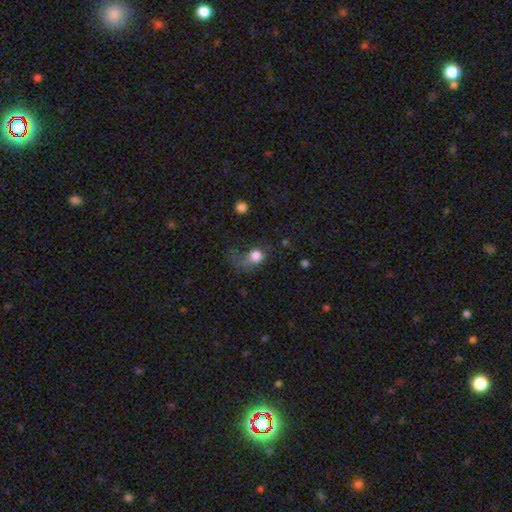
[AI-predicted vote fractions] Overall: smooth (76%). How rounded: round (66%; in between 32%). Merging: major disturbance (49%; none 24%).